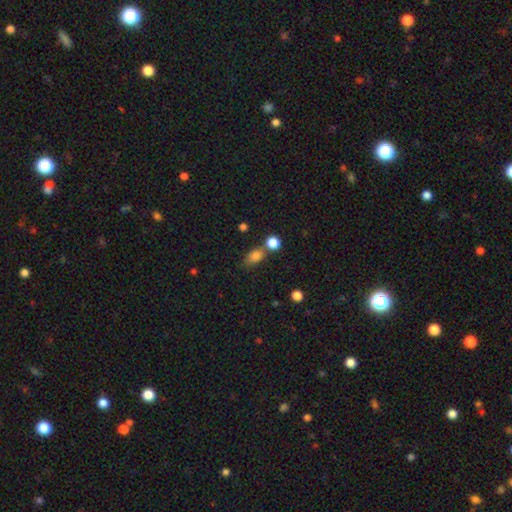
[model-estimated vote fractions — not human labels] Smooth or featured?
  - smooth: 80% *
  - star or artifact: 12%
  - featured or disk: 8%
How rounded?
  - in between: 73% *
  - round: 21%
  - cigar-shaped: 6%
Merging?
  - none: 54% *
  - merger: 24%
  - minor disturbance: 16%
  - major disturbance: 6%